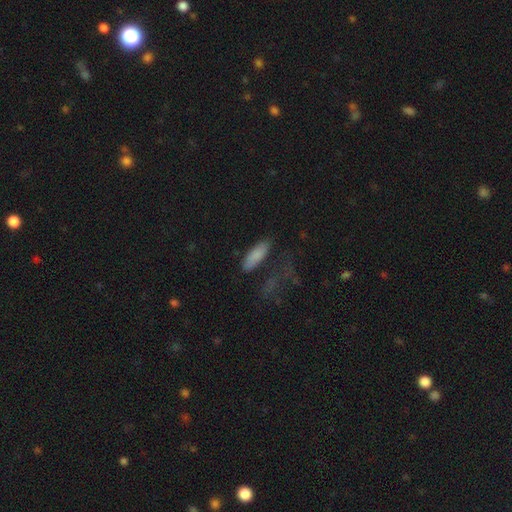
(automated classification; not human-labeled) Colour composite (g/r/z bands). It shows a smooth galaxy with no disk features (84%) that is in between round and cigar-shaped (53%). Merging: none (71%).